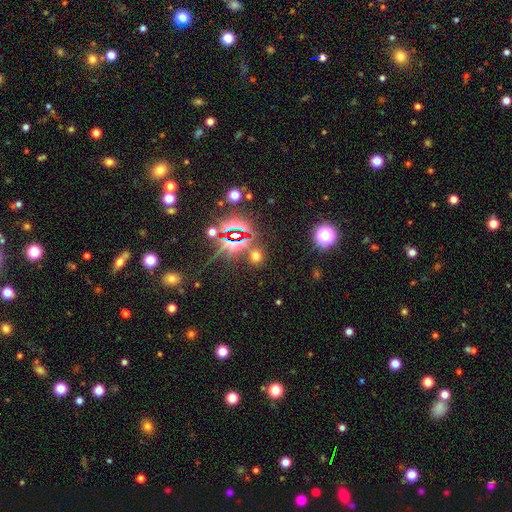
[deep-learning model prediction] smooth-or-featured: smooth: 48% | star or artifact: 45% | featured or disk: 7%
  merging: none: 82% | minor disturbance: 8% | merger: 6% | major disturbance: 4%